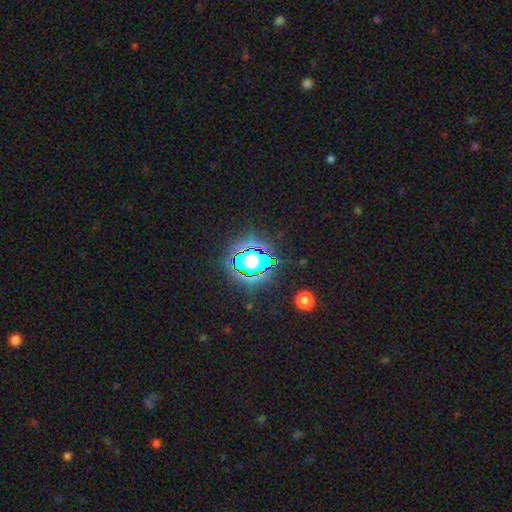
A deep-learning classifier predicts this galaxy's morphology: This appears to be a star or artifact, not a galaxy (61%).